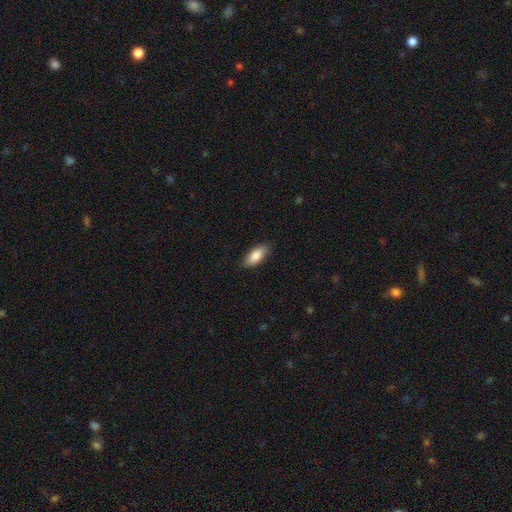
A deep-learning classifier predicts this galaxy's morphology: The model was most divided on "how rounded": in between: 82%, cigar-shaped: 16%, round: 2%. More confident: merging — none (87%); smooth or featured — smooth (84%).